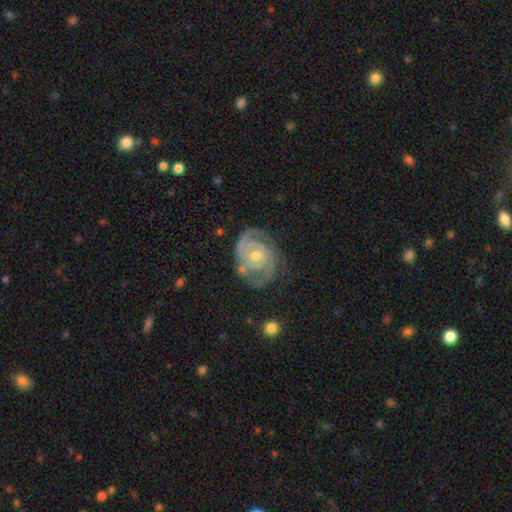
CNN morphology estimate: A featured or disk galaxy (90%) with no bar (69%), 2 (74%) tight (71%) spiral arms (97%) and a moderate central bulge (60%).

Vote fractions:
- Smooth or featured? featured or disk: 90% / smooth: 5% / star or artifact: 4%
- Edge-on disk? no: 98% / yes: 2%
- Bar? no: 69% / weak: 24% / strong: 7%
- Spiral arms? yes: 97% / no: 3%
- Spiral winding? tight: 71% / medium: 25% / loose: 4%
- Spiral arm count? 2: 74% / 3: 10% / can't tell: 8% / 1: 3% / 4: 2% / more than 4: 2%
- Bulge size? moderate: 60% / small: 36% / large: 2% / none: 1% / dominant: 1%
- Merging? none: 74% / minor disturbance: 18% / major disturbance: 6% / merger: 2%